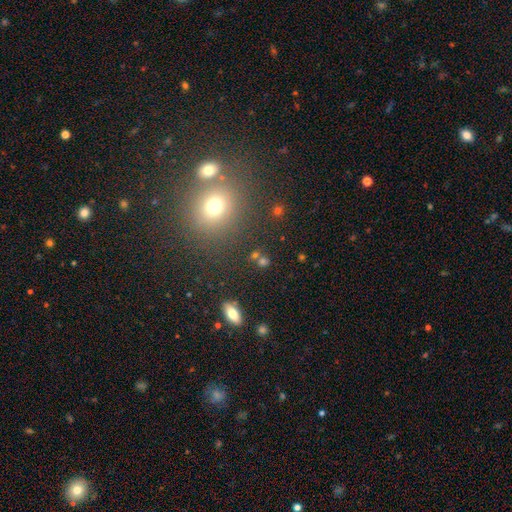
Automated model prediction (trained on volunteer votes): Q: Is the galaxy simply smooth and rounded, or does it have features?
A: smooth — 57%.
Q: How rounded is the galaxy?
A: round — 64%.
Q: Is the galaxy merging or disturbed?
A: none — 76%.